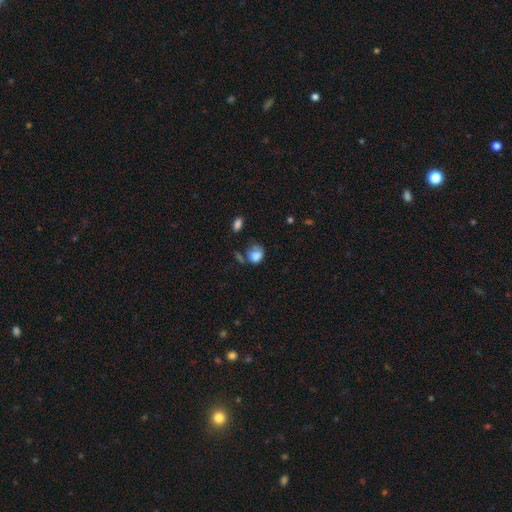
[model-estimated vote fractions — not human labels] Smooth or featured? Predicted: smooth (p=0.78). How rounded? Predicted: in between (p=0.51). Merging? Predicted: none (p=0.35).